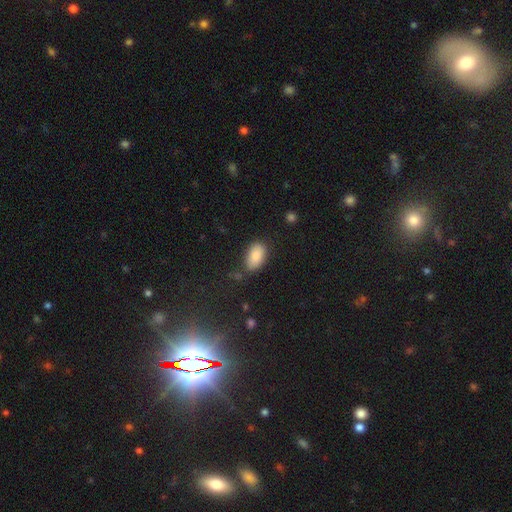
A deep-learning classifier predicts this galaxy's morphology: Smooth or featured? Predicted: smooth (p=0.87). How rounded? Predicted: in between (p=0.93). Merging? Predicted: none (p=0.74).